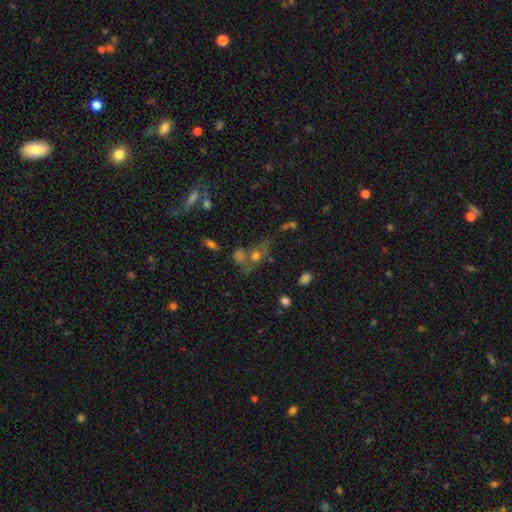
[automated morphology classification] Smooth or featured: smooth — 55% (featured or disk — 24%)
How rounded: round — 54% (in between — 41%)
Merging: none — 36% (merger — 33%)